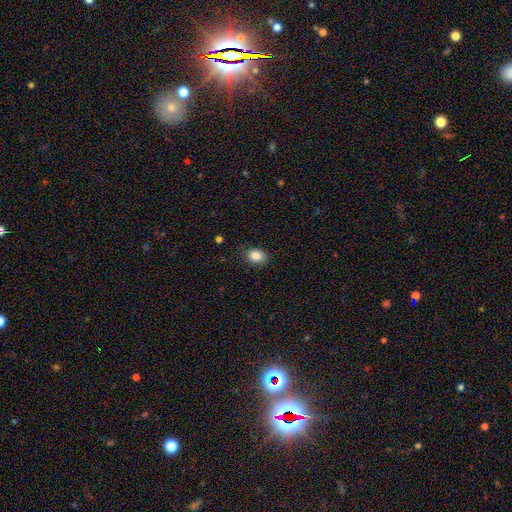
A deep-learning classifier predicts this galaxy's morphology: type=smooth (87%); roundness=in between (64%); merging=none (83%).